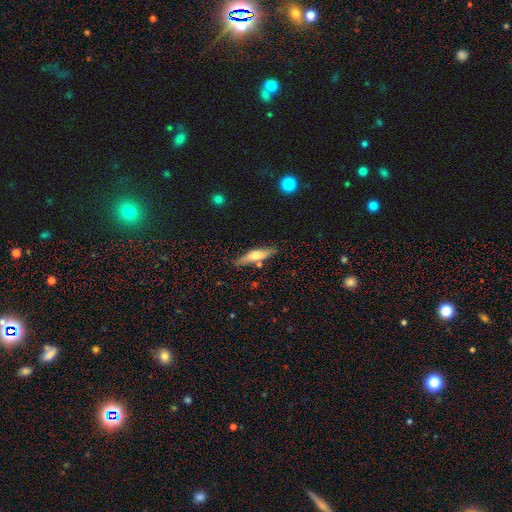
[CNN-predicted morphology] A smooth galaxy with no disk features (52%) that is cigar-shaped (72%).

Vote fractions:
- Smooth or featured? smooth: 52% / featured or disk: 42% / star or artifact: 7%
- How rounded? cigar-shaped: 72% / in between: 26% / round: 2%
- Merging? none: 79% / minor disturbance: 13% / merger: 5% / major disturbance: 3%